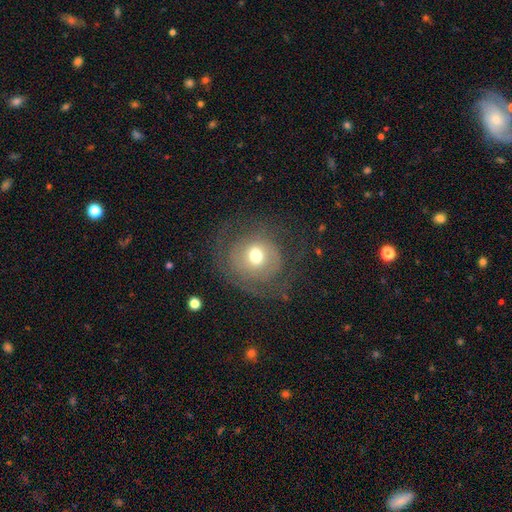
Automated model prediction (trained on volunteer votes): Smooth or featured? Predicted: featured or disk (p=0.55). Edge-on disk? Predicted: no (p=0.97). Bar? Predicted: no (p=0.71). Spiral arms? Predicted: yes (p=0.70). Bulge size? Predicted: moderate (p=0.69). Merging? Predicted: none (p=0.63).